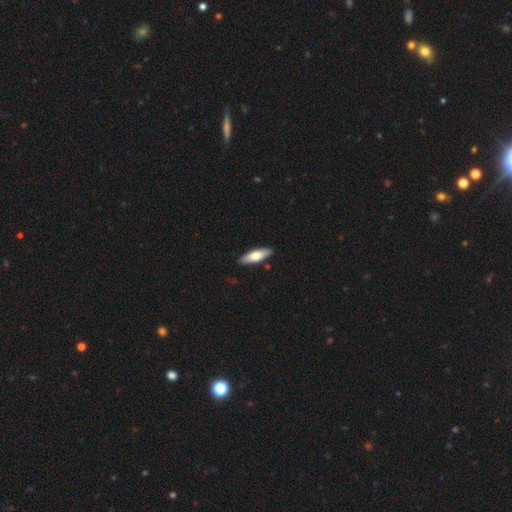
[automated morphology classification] smooth-or-featured: smooth: 62% | featured or disk: 33% | star or artifact: 5%
  how-rounded: cigar-shaped: 51% | in between: 47% | round: 2%
  merging: none: 89% | minor disturbance: 8% | major disturbance: 2% | merger: 1%